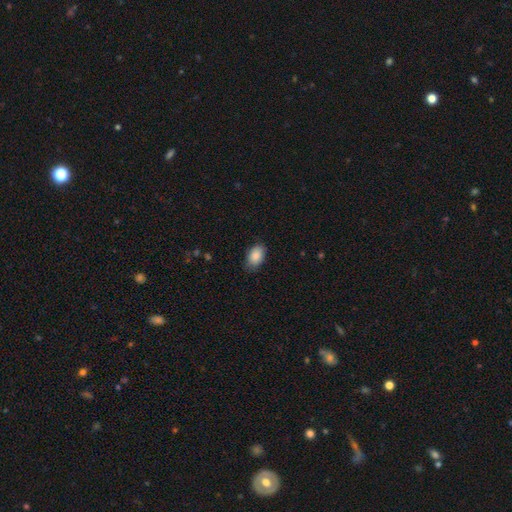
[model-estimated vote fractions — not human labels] This appears to be a smooth galaxy with no disk features (88%) that is in between round and cigar-shaped (90%). Merging: none (81%).